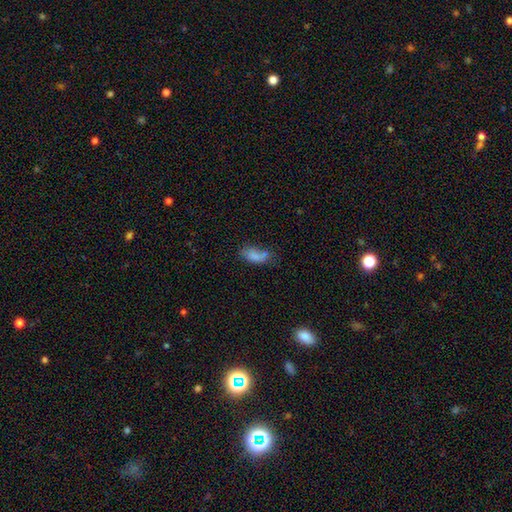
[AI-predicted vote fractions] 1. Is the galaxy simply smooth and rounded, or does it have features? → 73% smooth, 16% featured or disk, 11% star or artifact.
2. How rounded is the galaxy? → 88% in between, 6% cigar-shaped, 5% round.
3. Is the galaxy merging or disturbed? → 36% none, 28% minor disturbance, 20% major disturbance, 15% merger.